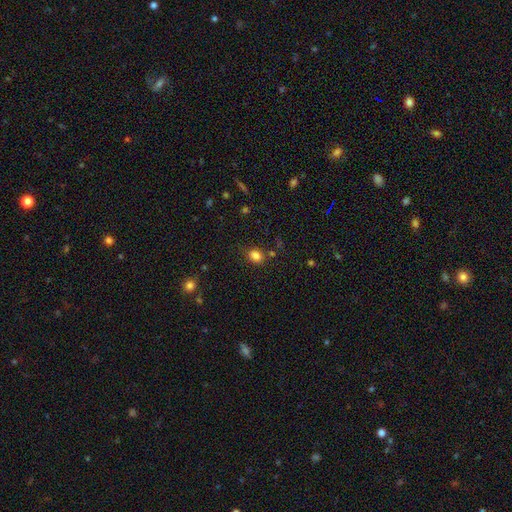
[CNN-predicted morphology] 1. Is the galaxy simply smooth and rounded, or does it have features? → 81% smooth, 13% star or artifact, 6% featured or disk.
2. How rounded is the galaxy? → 52% in between, 47% round, 1% cigar-shaped.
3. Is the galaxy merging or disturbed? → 74% none, 16% minor disturbance, 6% merger, 4% major disturbance.